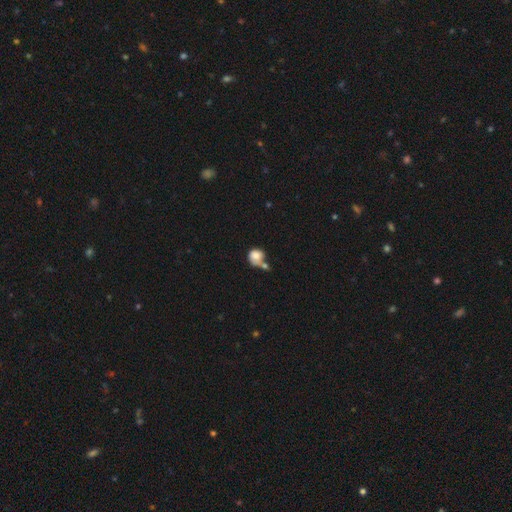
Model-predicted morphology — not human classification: This is likely a smooth galaxy (77%). How rounded: likely round (78%). Merging: marginally merger (41%).